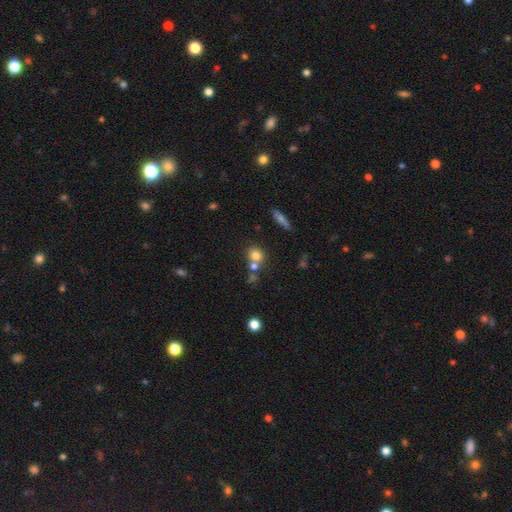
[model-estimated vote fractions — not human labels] A smooth galaxy with no disk features (74%) that is round (79%).

Vote fractions:
- Smooth or featured? smooth: 74% / star or artifact: 13% / featured or disk: 12%
- How rounded? round: 79% / in between: 19% / cigar-shaped: 2%
- Merging? none: 50% / merger: 38% / minor disturbance: 9% / major disturbance: 4%